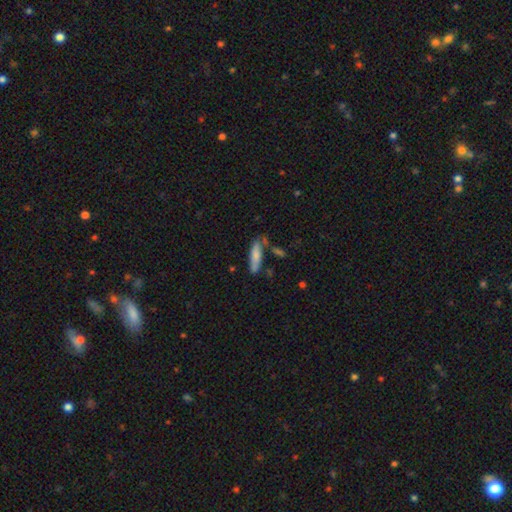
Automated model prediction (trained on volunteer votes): A smooth galaxy with no disk features (76%) that is cigar-shaped (66%). Merging: none (63%).